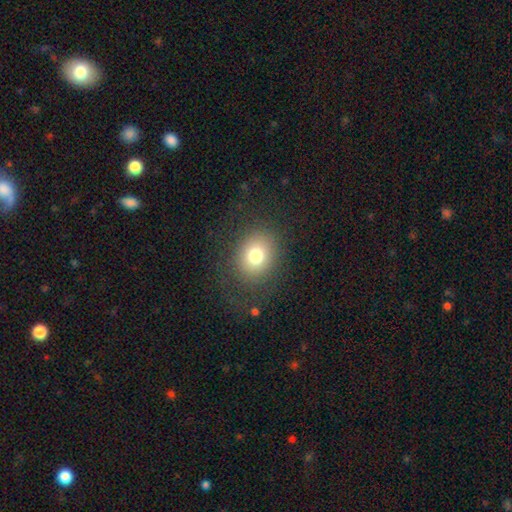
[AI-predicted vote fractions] Smooth or featured?
  - smooth: 76% *
  - star or artifact: 13%
  - featured or disk: 11%
How rounded?
  - round: 58% *
  - in between: 41%
  - cigar-shaped: 1%
Merging?
  - none: 80% *
  - minor disturbance: 11%
  - major disturbance: 8%
  - merger: 1%